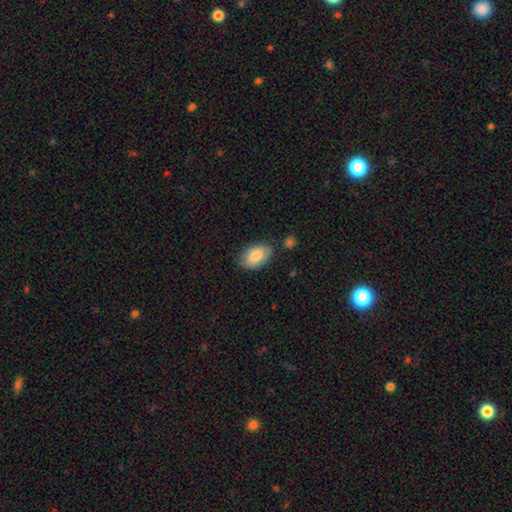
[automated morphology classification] smooth-or-featured: smooth: 83% | featured or disk: 10% | star or artifact: 6%
  how-rounded: in between: 92% | round: 6% | cigar-shaped: 1%
  merging: none: 77% | minor disturbance: 16% | merger: 3% | major disturbance: 3%